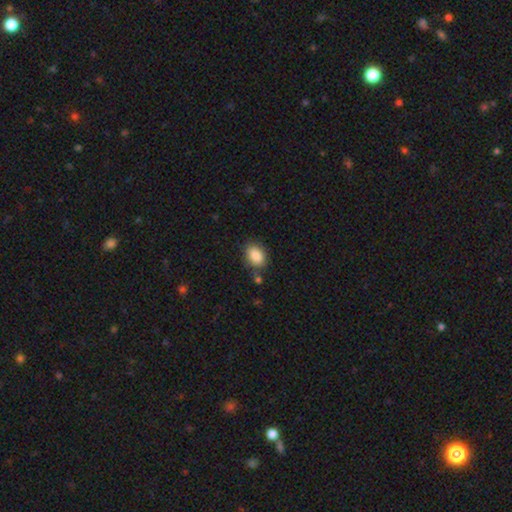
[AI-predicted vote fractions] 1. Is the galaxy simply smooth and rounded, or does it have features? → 87% smooth, 8% star or artifact, 5% featured or disk.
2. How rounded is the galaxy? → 83% in between, 16% round, 1% cigar-shaped.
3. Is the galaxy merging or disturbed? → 76% none, 15% minor disturbance, 5% merger, 4% major disturbance.